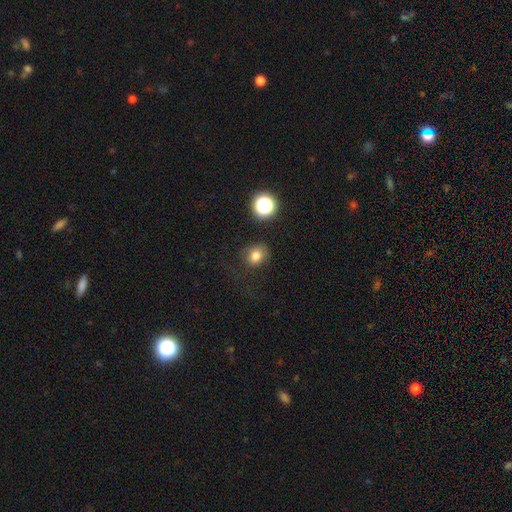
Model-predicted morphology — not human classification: This appears to be a smooth galaxy with no disk features (78%) that is round (69%). Merging: none (74%).